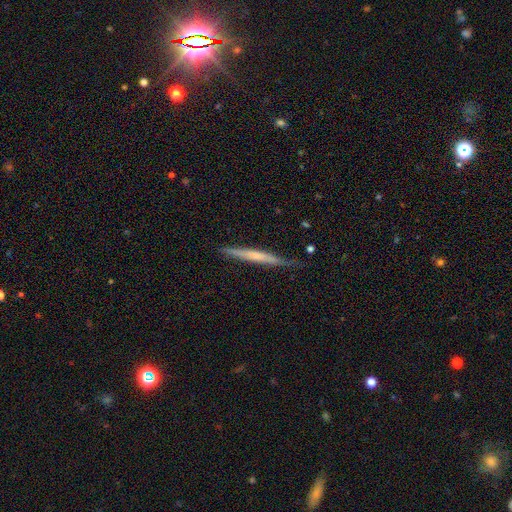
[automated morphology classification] A featured or disk galaxy (51%) viewed edge-on (96%). Merging: none (77%).